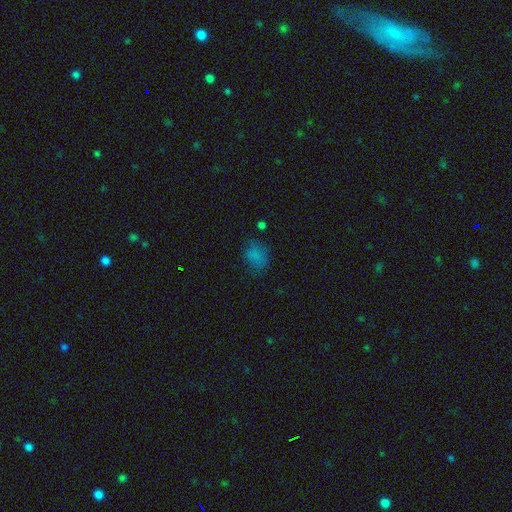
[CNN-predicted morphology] Smooth or featured? Predicted: smooth (p=0.75). How rounded? Predicted: in between (p=0.60). Merging? Predicted: none (p=0.63).